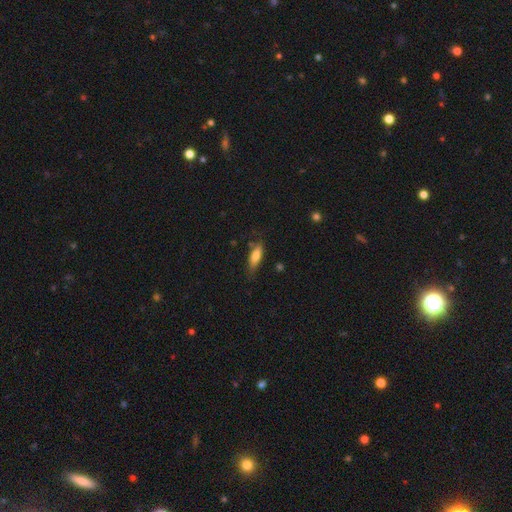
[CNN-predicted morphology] smooth 76%, featured or disk 17%, star or artifact 7%. Down the decision tree: how rounded — in between (59%); merging — none (66%).